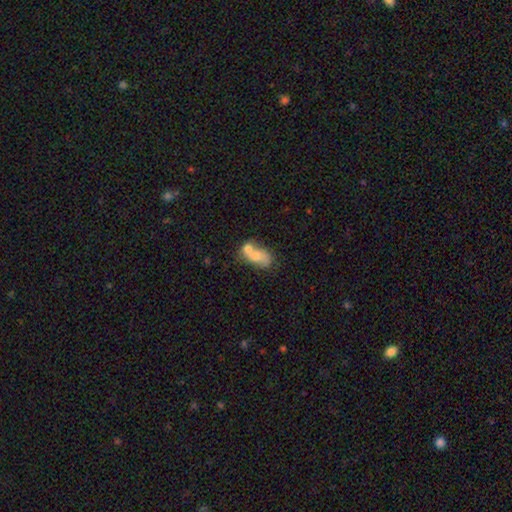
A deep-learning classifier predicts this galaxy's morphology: smooth 65%, featured or disk 26%, star or artifact 9%. Down the decision tree: how rounded — in between (76%); merging — merger (65%).